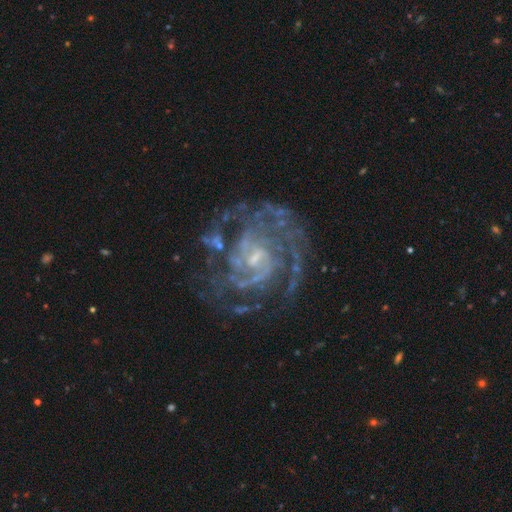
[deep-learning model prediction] smooth-or-featured: featured or disk: 87% | star or artifact: 8% | smooth: 5%
  disk-edge-on: no: 98% | yes: 2%
    bar: no: 49% | weak: 42% | strong: 10%
    has-spiral-arms: yes: 94% | no: 6%
      spiral-winding: tight: 58% | medium: 34% | loose: 8%
      spiral-arm-count: can't tell: 31% | 2: 23% | 3: 20% | 4: 11% | more than 4: 8% | 1: 7%
    bulge-size: small: 63% | moderate: 22% | none: 12% | large: 2% | dominant: 1%
  merging: none: 66% | minor disturbance: 17% | major disturbance: 14% | merger: 3%